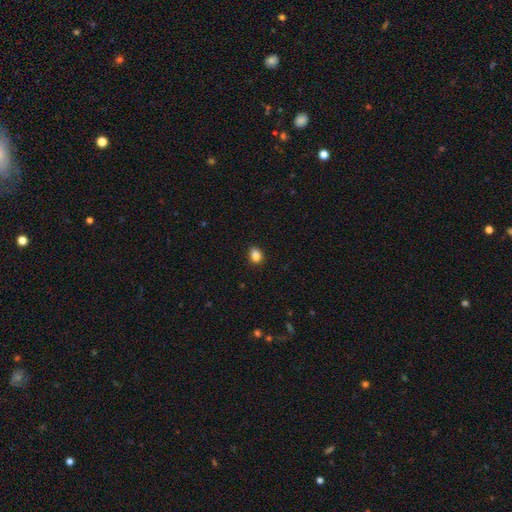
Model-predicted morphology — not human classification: Smooth or featured? Predicted: smooth (p=0.86). How rounded? Predicted: in between (p=0.57). Merging? Predicted: none (p=0.86).